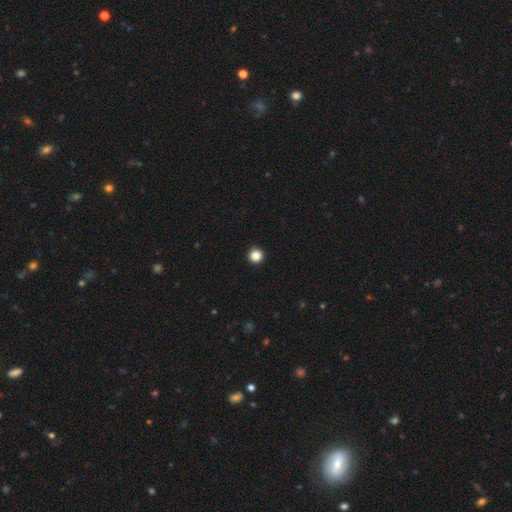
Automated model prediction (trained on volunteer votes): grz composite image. It shows a smooth galaxy with no disk features (86%) that is round (96%). Merging: none (94%).